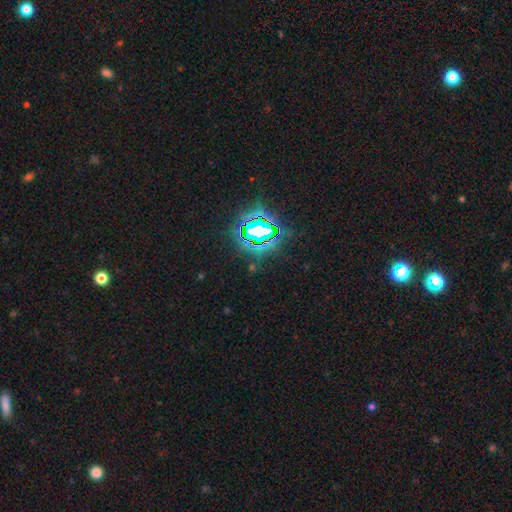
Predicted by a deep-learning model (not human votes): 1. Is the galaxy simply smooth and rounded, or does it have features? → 84% star or artifact, 10% smooth, 6% featured or disk.